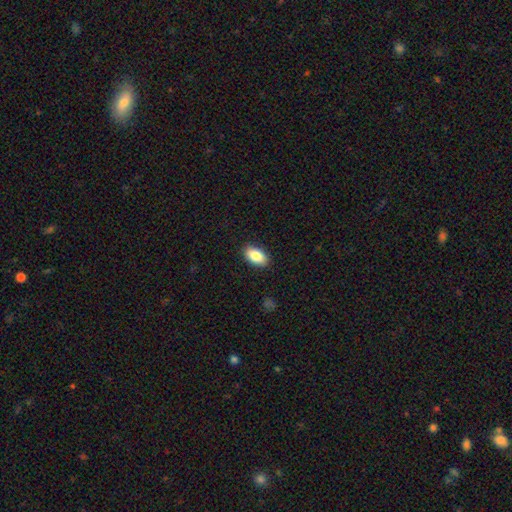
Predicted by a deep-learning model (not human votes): smooth_or_featured: smooth (p=0.86) [alt: featured or disk p=0.07]
how_rounded: in between (p=0.93) [alt: round p=0.05]
merging: none (p=0.89) [alt: minor disturbance p=0.08]